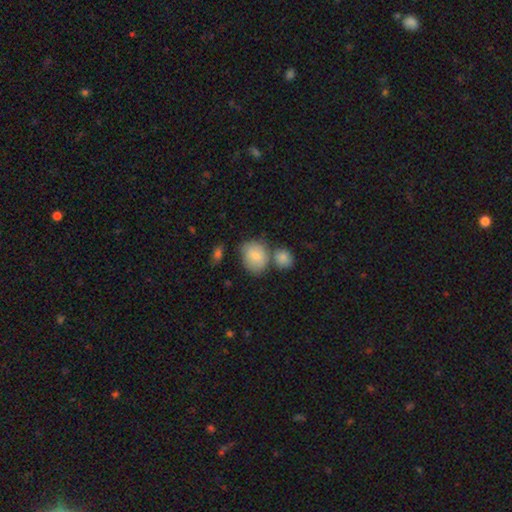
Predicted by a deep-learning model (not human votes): Smooth or featured? Predicted: smooth (p=0.79). How rounded? Predicted: in between (p=0.58). Merging? Predicted: none (p=0.49).